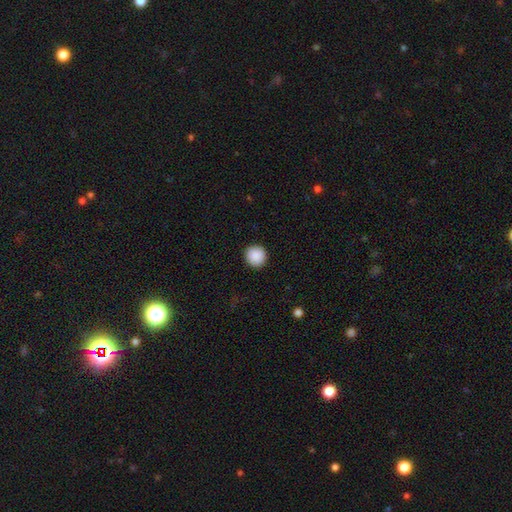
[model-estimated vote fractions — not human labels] Smooth or featured: smooth — 90% (star or artifact — 8%)
How rounded: round — 94% (in between — 5%)
Merging: none — 92% (minor disturbance — 5%)